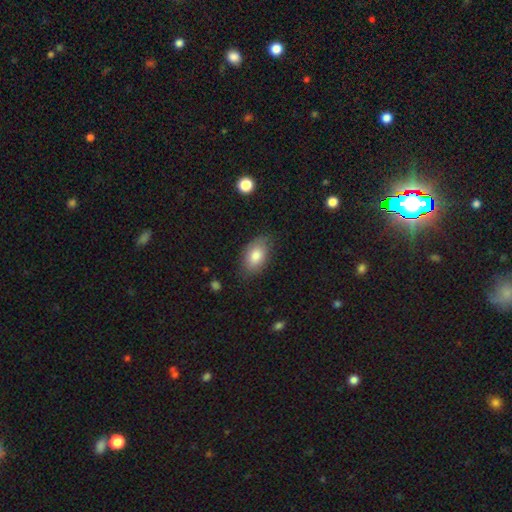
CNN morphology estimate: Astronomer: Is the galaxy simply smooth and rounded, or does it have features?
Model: smooth — 82%.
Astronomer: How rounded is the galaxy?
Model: in between — 91%.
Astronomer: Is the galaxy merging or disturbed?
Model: none — 75%.